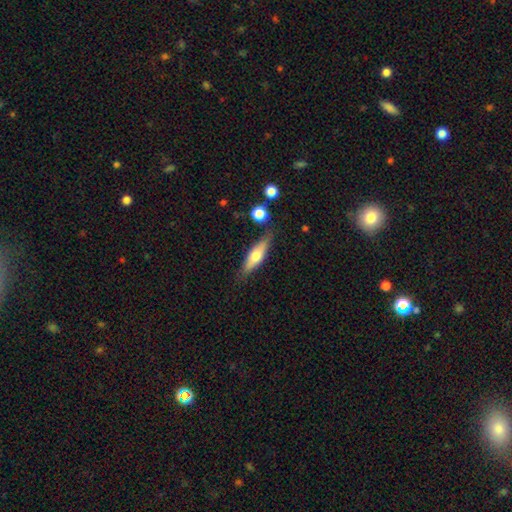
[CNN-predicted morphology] A smooth galaxy with no disk features (53%) that is cigar-shaped (57%).

Vote fractions:
- Smooth or featured? smooth: 53% / featured or disk: 41% / star or artifact: 6%
- How rounded? cigar-shaped: 57% / in between: 41% / round: 3%
- Merging? none: 78% / minor disturbance: 15% / merger: 4% / major disturbance: 4%